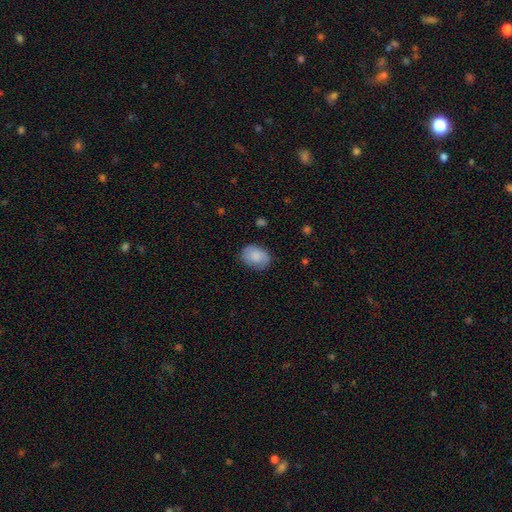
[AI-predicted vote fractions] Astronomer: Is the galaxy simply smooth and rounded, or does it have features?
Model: smooth — 76%.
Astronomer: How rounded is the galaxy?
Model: in between — 69%.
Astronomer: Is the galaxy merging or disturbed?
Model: none — 73%.